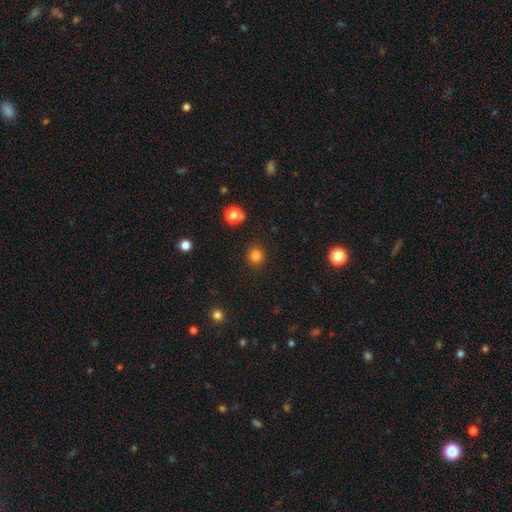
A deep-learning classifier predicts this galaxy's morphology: This appears to be a smooth galaxy with no disk features (81%) that is round (86%). Merging: none (90%).